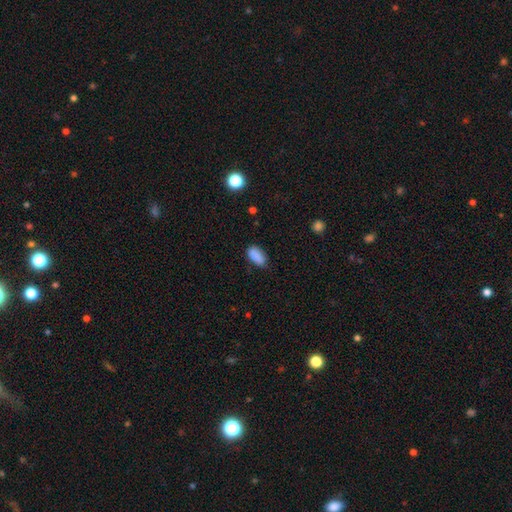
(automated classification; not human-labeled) Smooth or featured? smooth (87%)
How rounded? in between (92%)
Merging? none (70%)